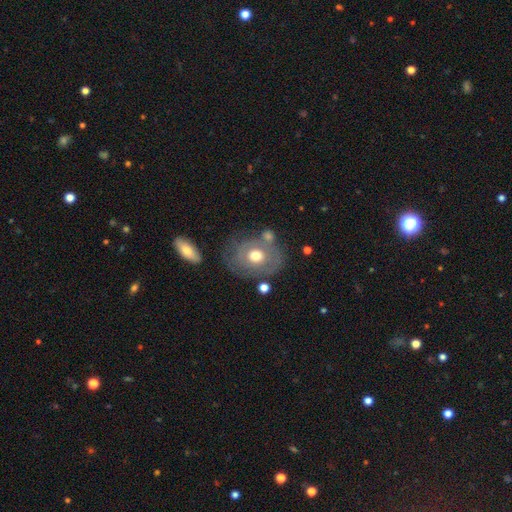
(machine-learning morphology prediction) The model was most divided on "smooth or featured": featured or disk: 48%, smooth: 45%, star or artifact: 7%. More confident: merging — none (60%).